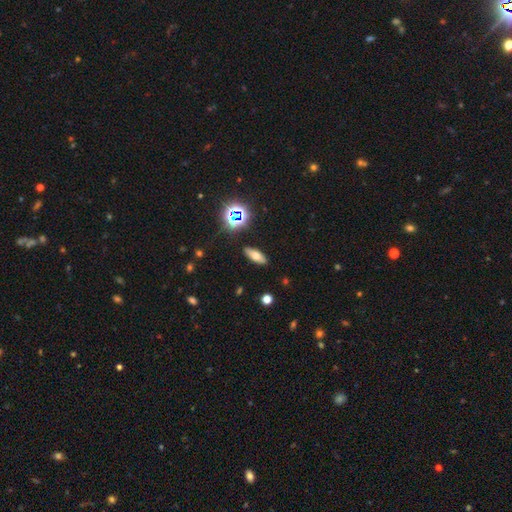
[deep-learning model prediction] Smooth or featured? smooth (58%)
How rounded? in between (67%)
Merging? none (88%)